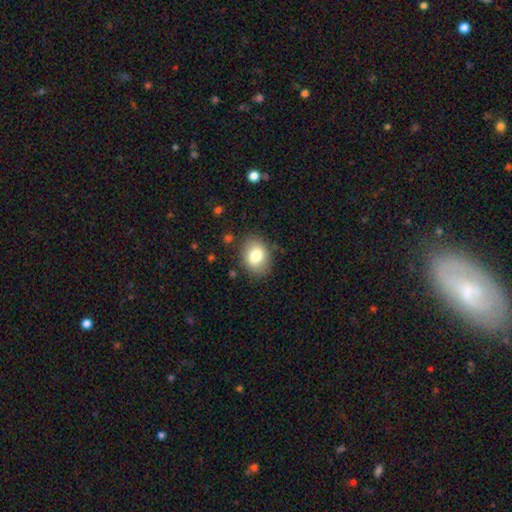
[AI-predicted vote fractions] smooth 79%, featured or disk 13%, star or artifact 9%. Down the decision tree: how rounded — in between (63%); merging — none (83%).